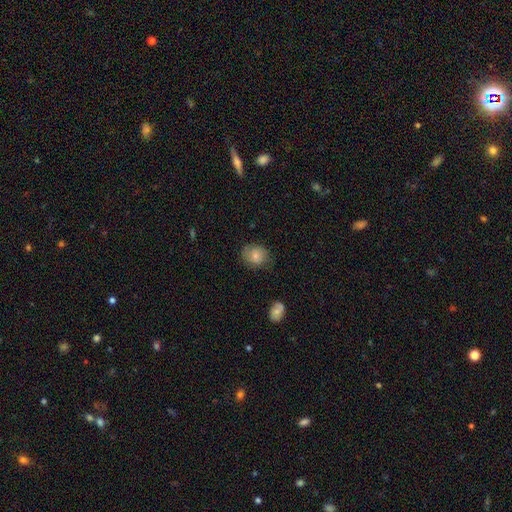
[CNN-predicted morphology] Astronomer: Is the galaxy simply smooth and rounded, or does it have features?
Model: smooth — 81%.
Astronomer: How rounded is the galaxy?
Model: round — 68%.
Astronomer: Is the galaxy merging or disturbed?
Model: none — 74%.